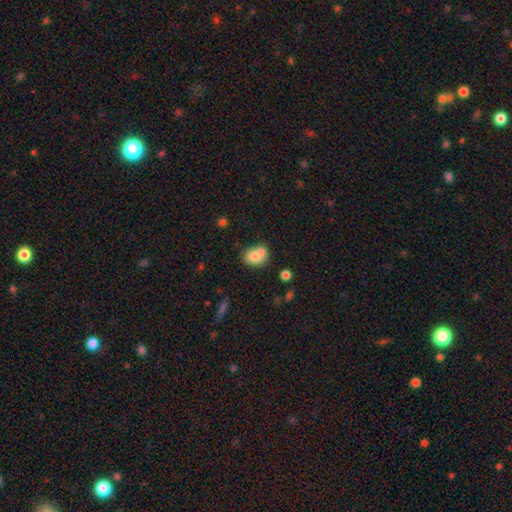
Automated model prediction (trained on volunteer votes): This appears to be a smooth galaxy with no disk features (74%) that is in between round and cigar-shaped (52%). Merging: merger (43%).